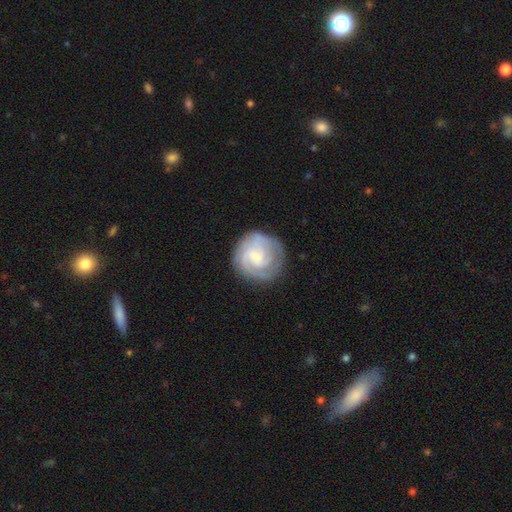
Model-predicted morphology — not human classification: featured or disk 77%, smooth 18%, star or artifact 5%. Down the decision tree: edge-on disk — no (98%); bar — no (50%); spiral arms — yes (94%); spiral arm count — can't tell (30%); spiral winding — tight (66%); bulge size — small (69%); merging — none (78%).